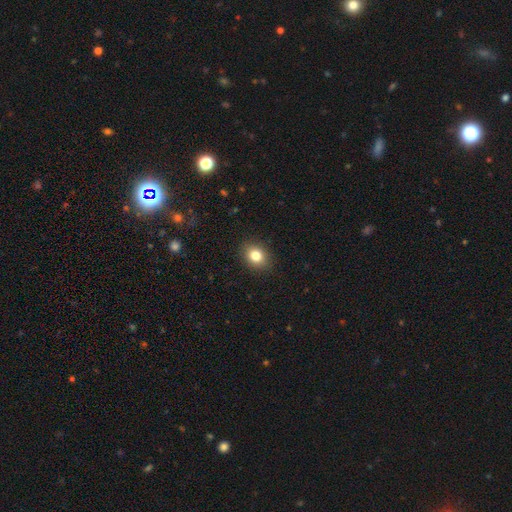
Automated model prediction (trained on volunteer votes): Smooth or featured? Predicted: smooth (p=0.83). How rounded? Predicted: in between (p=0.51). Merging? Predicted: none (p=0.89).